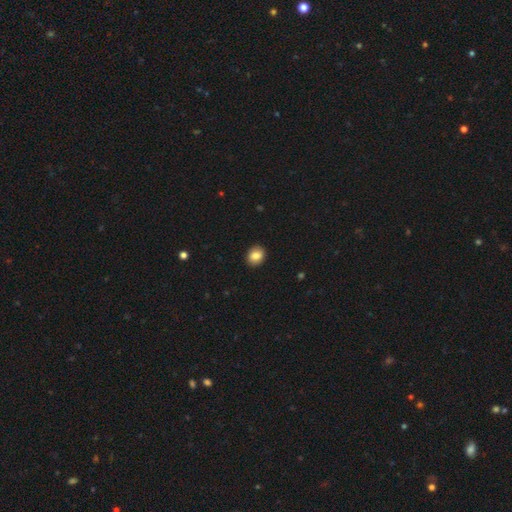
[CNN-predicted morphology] type=smooth (85%); roundness=round (55%); merging=none (91%).